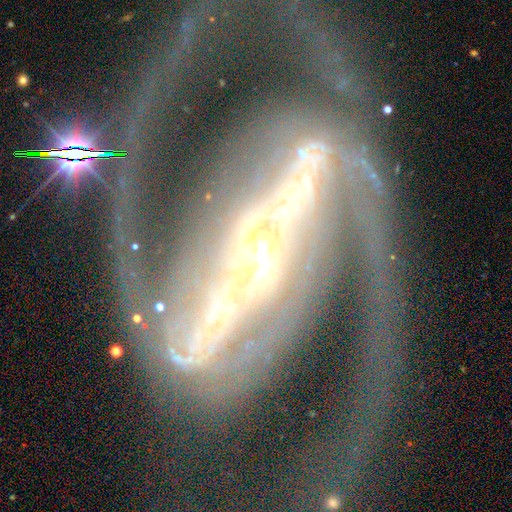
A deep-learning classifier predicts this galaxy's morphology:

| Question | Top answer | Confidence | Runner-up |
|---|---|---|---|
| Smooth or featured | featured or disk | 92% | star or artifact (5%) |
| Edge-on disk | no | 96% | yes (4%) |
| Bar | strong | 84% | weak (11%) |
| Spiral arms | yes | 97% | no (3%) |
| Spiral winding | medium | 59% | tight (22%) |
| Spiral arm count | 2 | 93% | 3 (2%) |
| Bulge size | small | 61% | moderate (28%) |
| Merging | none | 69% | major disturbance (15%) |